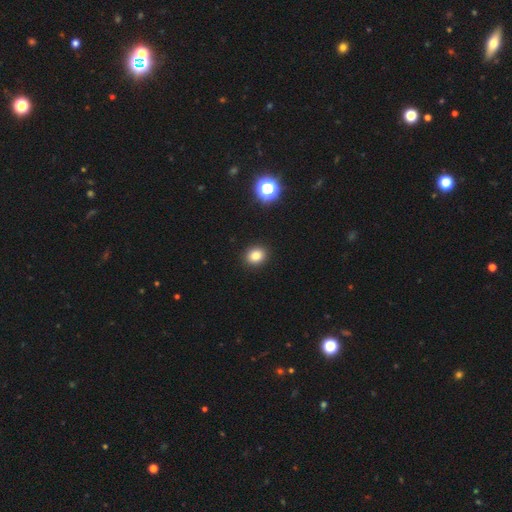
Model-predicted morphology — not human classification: A smooth galaxy with no disk features (81%) that is round (65%). Merging: none (92%).